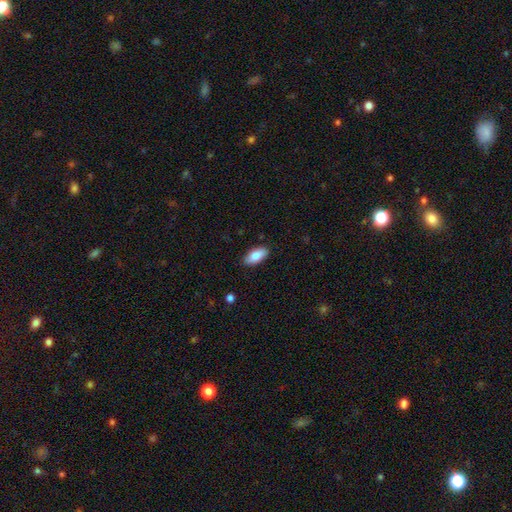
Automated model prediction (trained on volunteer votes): Smooth or featured: smooth — 84% (featured or disk — 10%)
How rounded: in between — 88% (cigar-shaped — 10%)
Merging: none — 87% (minor disturbance — 10%)